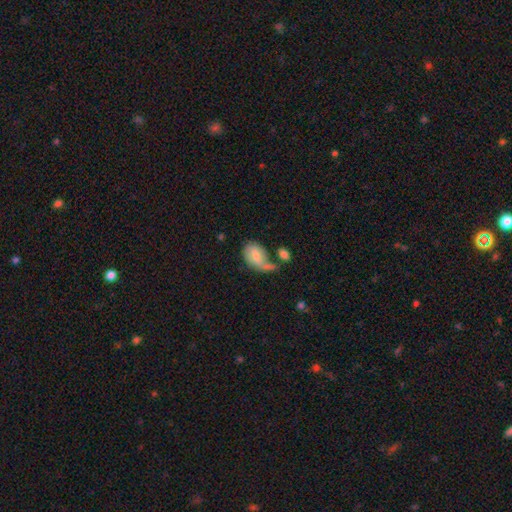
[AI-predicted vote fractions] smooth 62%, featured or disk 30%, star or artifact 8%. Down the decision tree: how rounded — in between (85%); merging — none (27%).